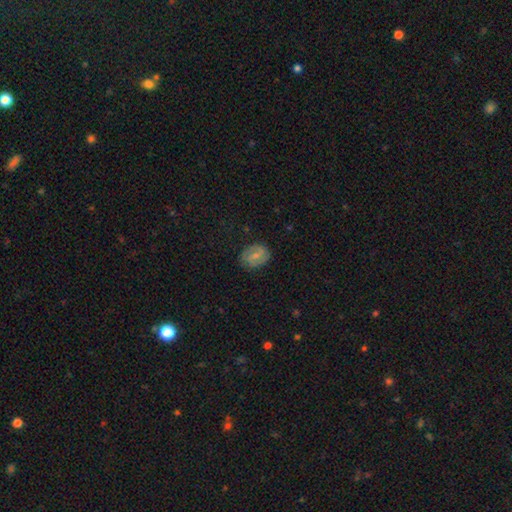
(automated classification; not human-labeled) Morphology: type=featured or disk (48%); merging=none (80%).